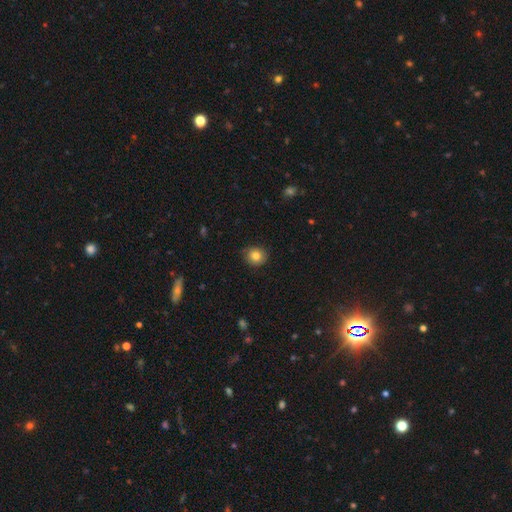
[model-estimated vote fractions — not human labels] This appears to be a smooth galaxy with no disk features (82%) that is round (86%). Merging: none (84%).